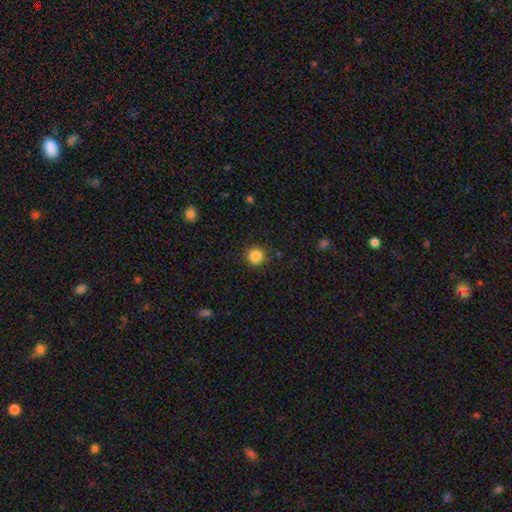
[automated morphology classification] The model was most divided on "smooth or featured": smooth: 86%, star or artifact: 10%, featured or disk: 4%. More confident: how rounded — round (92%); merging — none (88%).